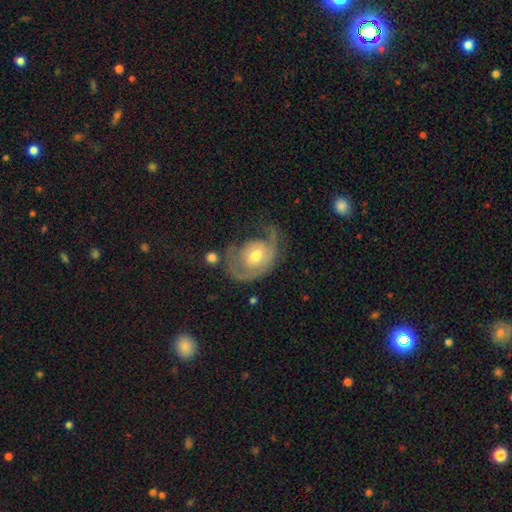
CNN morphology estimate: Smooth or featured? featured or disk (64%)
Edge-on disk? no (96%)
Bar? no (60%)
Spiral arms? yes (75%)
Bulge size? moderate (67%)
Merging? major disturbance (35%, tied with none)